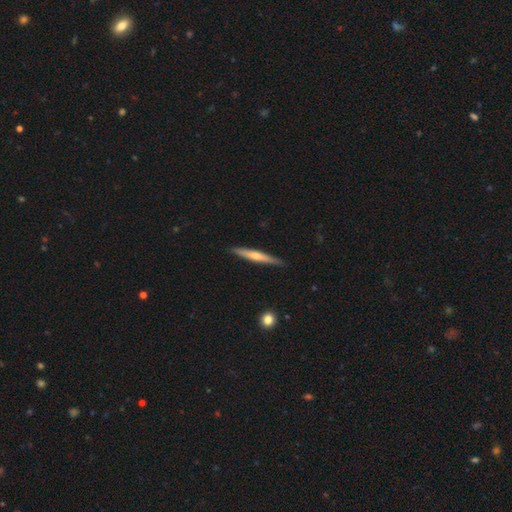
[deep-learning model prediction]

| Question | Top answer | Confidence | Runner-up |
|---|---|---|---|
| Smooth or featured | smooth | 49% | featured or disk (45%) |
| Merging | none | 89% | minor disturbance (8%) |